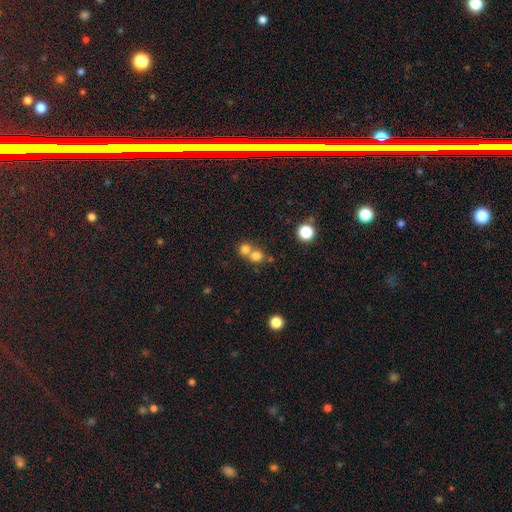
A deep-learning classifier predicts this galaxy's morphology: Smooth or featured? Predicted: smooth (p=0.76). How rounded? Predicted: round (p=0.83). Merging? Predicted: merger (p=0.54).